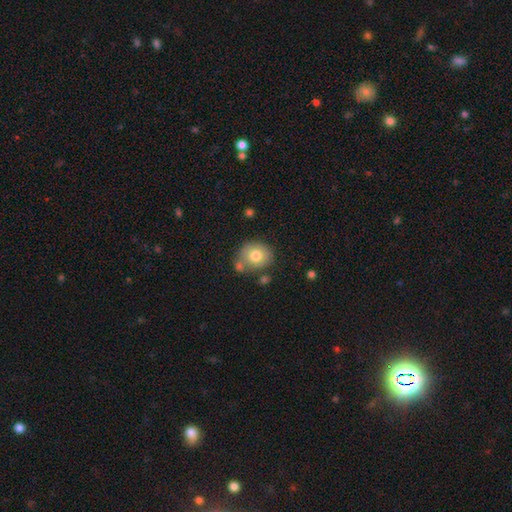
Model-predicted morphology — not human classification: Smooth or featured? Predicted: smooth (p=0.75). How rounded? Predicted: round (p=0.73). Merging? Predicted: none (p=0.61).